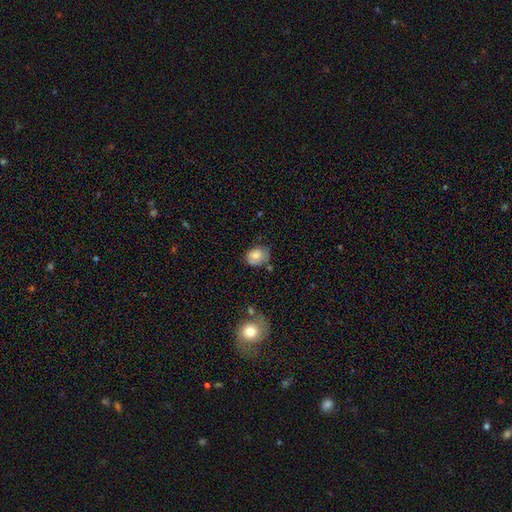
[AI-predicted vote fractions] This is likely a smooth galaxy (72%). How rounded: likely in between (62%). Merging: possibly none (53%).